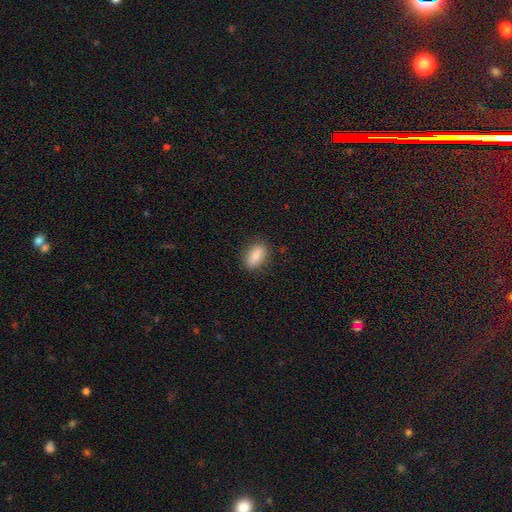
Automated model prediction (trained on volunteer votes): Q: Smooth or featured?
A: smooth (81%); runner-up: featured or disk (11%)
Q: How rounded?
A: in between (85%); runner-up: round (9%)
Q: Merging?
A: none (86%); runner-up: minor disturbance (11%)